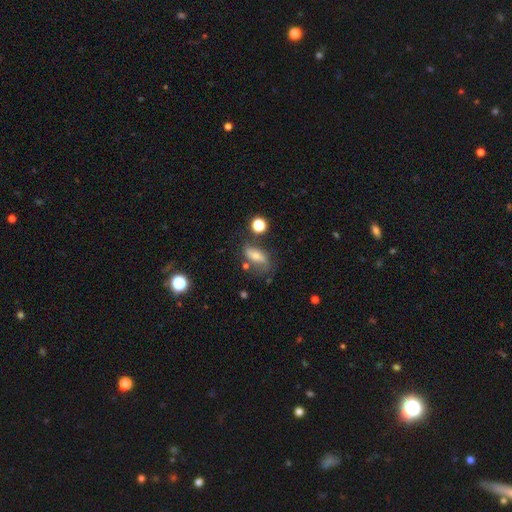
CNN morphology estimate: This appears to be a smooth galaxy with no disk features (47%). Merging: none (56%).